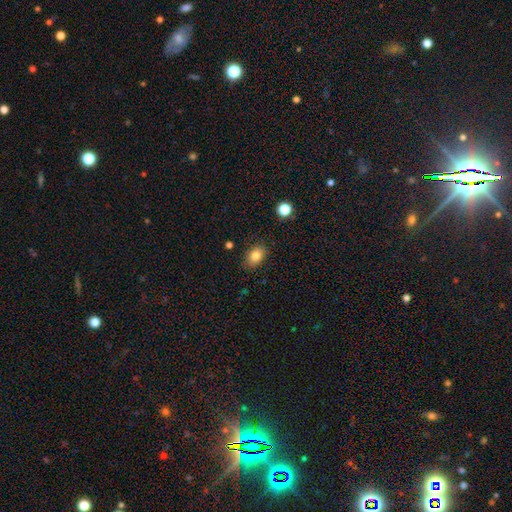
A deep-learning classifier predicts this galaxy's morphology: Smooth or featured? Predicted: smooth (p=0.82). How rounded? Predicted: in between (p=0.80). Merging? Predicted: none (p=0.85).